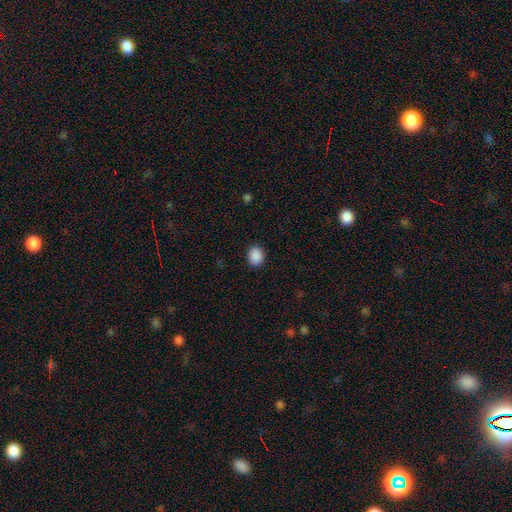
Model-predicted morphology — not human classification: A smooth galaxy with no disk features (89%) that is round (61%). Merging: none (89%).